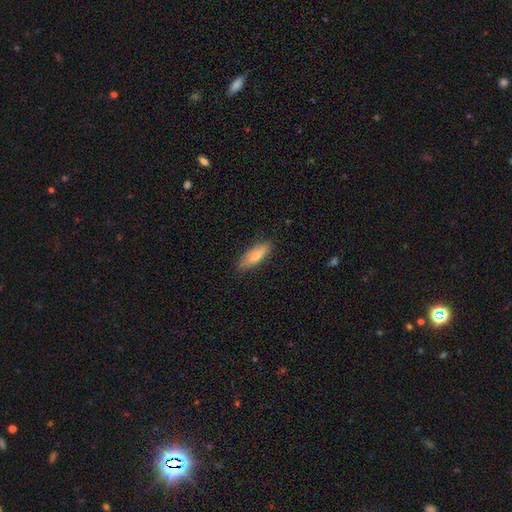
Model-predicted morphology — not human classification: Smooth or featured? smooth (69%)
How rounded? cigar-shaped (51%)
Merging? none (81%)